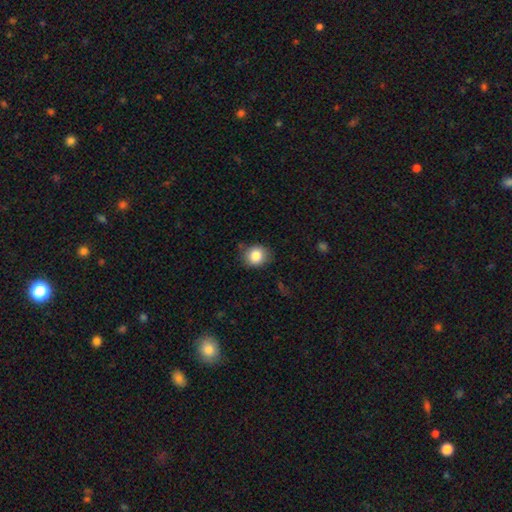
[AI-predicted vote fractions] Smooth or featured?
  - smooth: 84% *
  - star or artifact: 9%
  - featured or disk: 7%
How rounded?
  - round: 74% *
  - in between: 25%
  - cigar-shaped: 1%
Merging?
  - none: 82% *
  - minor disturbance: 14%
  - major disturbance: 3%
  - merger: 2%